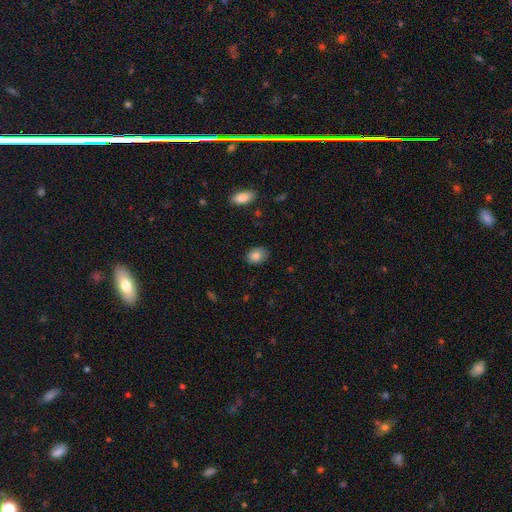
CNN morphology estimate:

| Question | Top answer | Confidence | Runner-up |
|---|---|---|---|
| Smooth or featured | smooth | 83% | featured or disk (9%) |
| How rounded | in between | 66% | round (33%) |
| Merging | none | 80% | minor disturbance (16%) |